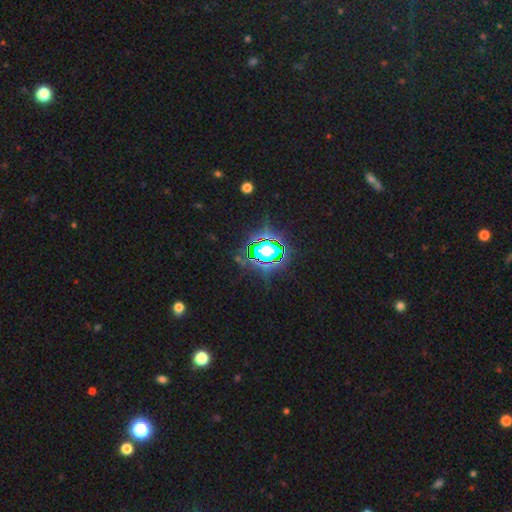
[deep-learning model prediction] smooth-or-featured: star or artifact: 79% | smooth: 12% | featured or disk: 8%